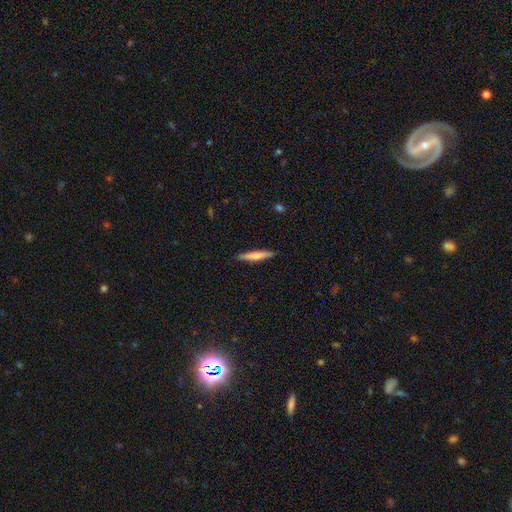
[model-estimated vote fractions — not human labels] Smooth or featured? Predicted: smooth (p=0.64). How rounded? Predicted: cigar-shaped (p=0.93). Merging? Predicted: none (p=0.91).